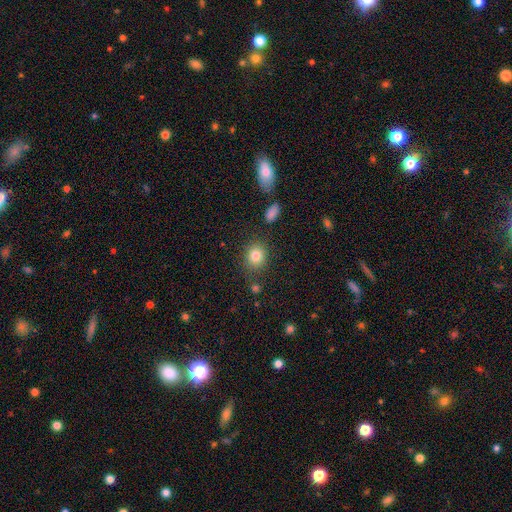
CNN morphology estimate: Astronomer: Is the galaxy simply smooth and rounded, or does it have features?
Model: smooth — 82%.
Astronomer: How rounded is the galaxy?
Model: round — 67%.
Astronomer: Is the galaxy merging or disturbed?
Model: none — 80%.